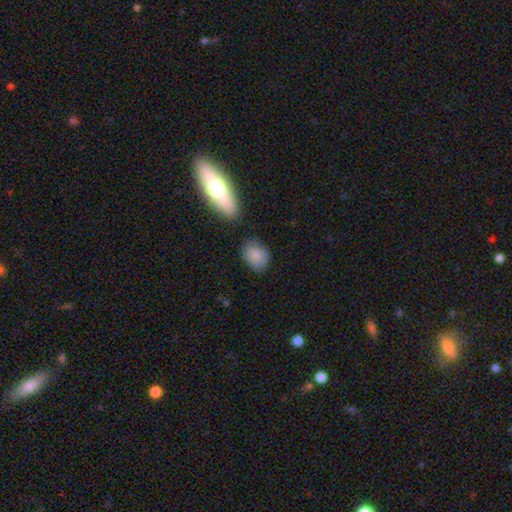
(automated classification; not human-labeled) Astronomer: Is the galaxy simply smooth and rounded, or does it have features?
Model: smooth — 87%.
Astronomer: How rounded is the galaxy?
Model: in between — 60% (runner-up: round, 38%).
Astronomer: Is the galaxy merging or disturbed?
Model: none — 71%.